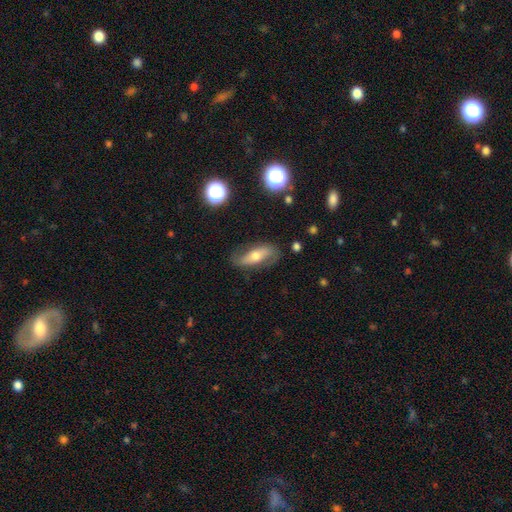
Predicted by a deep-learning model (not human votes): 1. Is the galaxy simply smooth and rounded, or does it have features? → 56% featured or disk, 37% smooth, 8% star or artifact.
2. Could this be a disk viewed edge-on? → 74% no, 26% yes.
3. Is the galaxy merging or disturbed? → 72% none, 18% minor disturbance, 8% major disturbance, 2% merger.